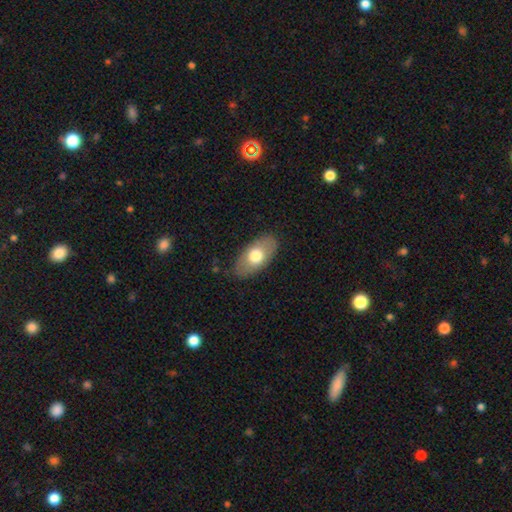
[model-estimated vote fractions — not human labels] Smooth or featured? smooth (68%)
How rounded? in between (92%)
Merging? none (83%)